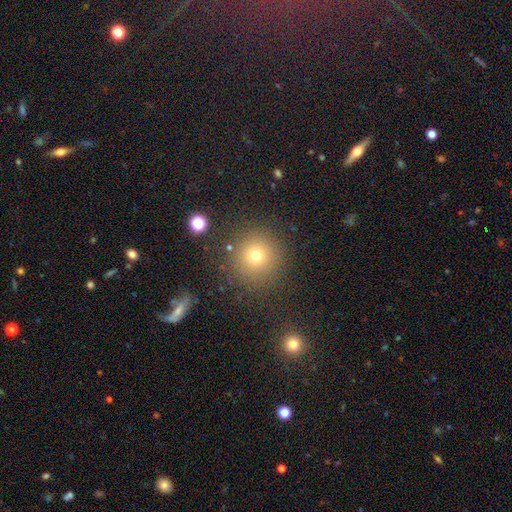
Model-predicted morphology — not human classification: Q: Smooth or featured?
A: smooth (72%); runner-up: star or artifact (18%)
Q: How rounded?
A: round (95%); runner-up: in between (5%)
Q: Merging?
A: none (86%); runner-up: minor disturbance (7%)